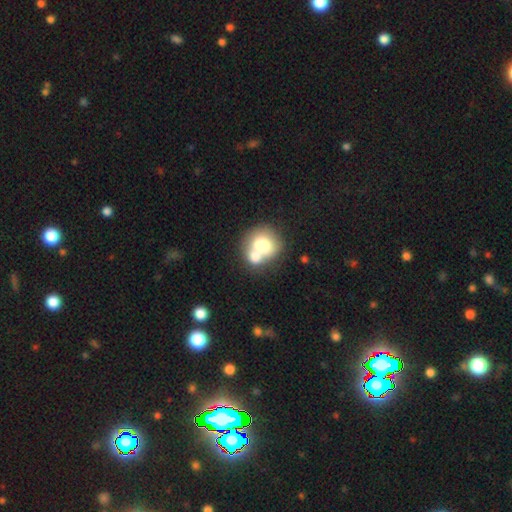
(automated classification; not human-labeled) A smooth galaxy with no disk features (70%) that is round (72%).

Vote fractions:
- Smooth or featured? smooth: 70% / featured or disk: 22% / star or artifact: 8%
- How rounded? round: 72% / in between: 27% / cigar-shaped: 1%
- Merging? merger: 58% / none: 28% / minor disturbance: 9% / major disturbance: 5%